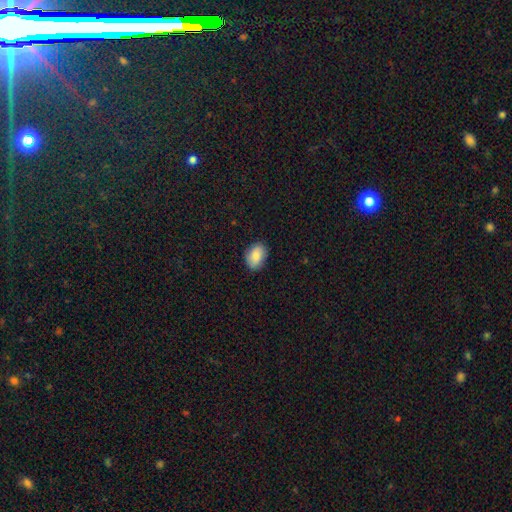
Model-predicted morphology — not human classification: Smooth or featured? Predicted: smooth (p=0.86). How rounded? Predicted: in between (p=0.82). Merging? Predicted: none (p=0.87).